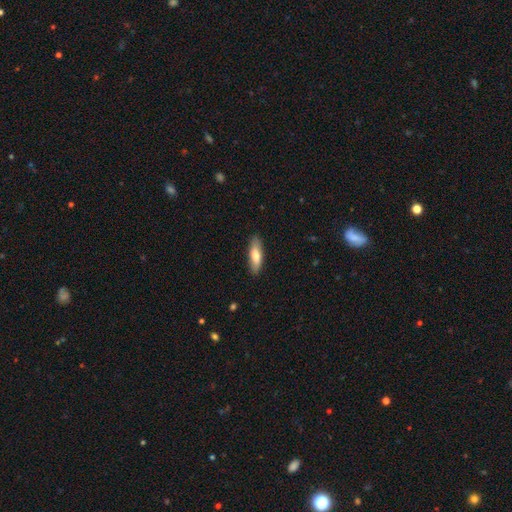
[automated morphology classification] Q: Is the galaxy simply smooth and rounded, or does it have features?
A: smooth — 73%.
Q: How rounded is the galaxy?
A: in between — 54%.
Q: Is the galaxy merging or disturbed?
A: none — 87%.